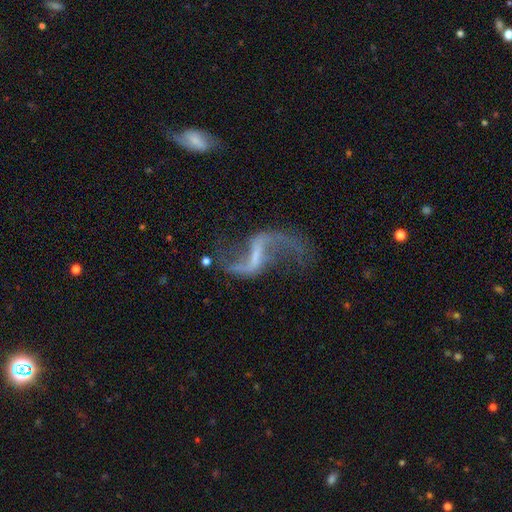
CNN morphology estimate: Smooth or featured? featured or disk (89%)
Edge-on disk? no (96%)
Bar? weak (44%)
Spiral arms? yes (96%)
Spiral winding? loose (91%)
Spiral arm count? 2 (93%)
Bulge size? small (45%)
Merging? none (68%)